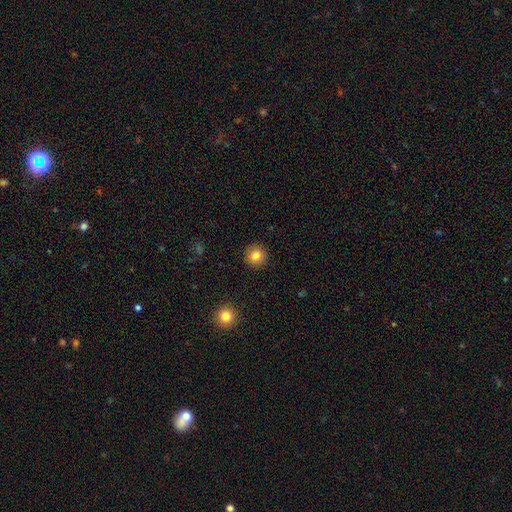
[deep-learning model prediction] Smooth or featured? smooth (82%)
How rounded? round (94%)
Merging? none (92%)